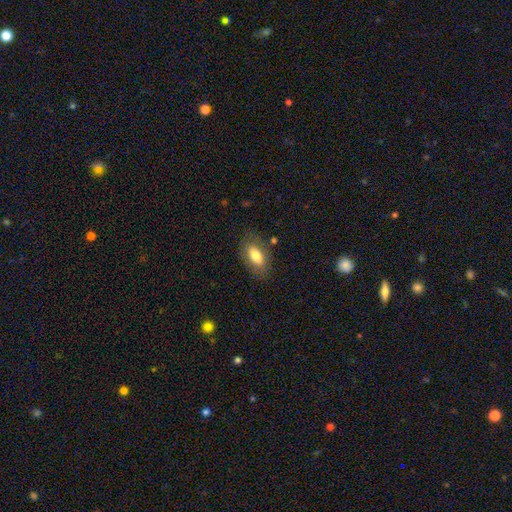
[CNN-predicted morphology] type=smooth (72%); roundness=in between (90%); merging=none (78%).